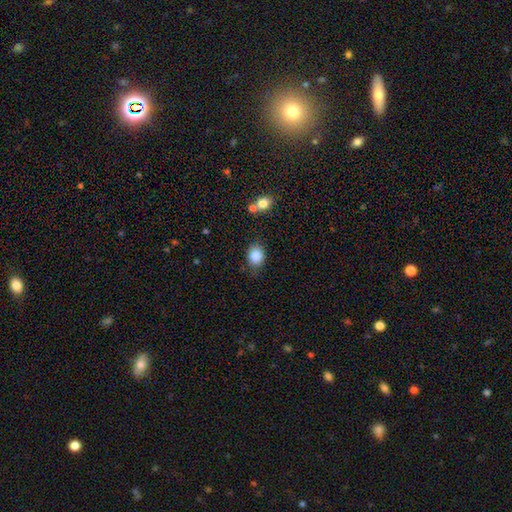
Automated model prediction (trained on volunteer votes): smooth-or-featured: smooth: 87% | star or artifact: 8% | featured or disk: 4%
  how-rounded: in between: 53% | round: 46% | cigar-shaped: 1%
  merging: none: 75% | minor disturbance: 17% | major disturbance: 4% | merger: 4%